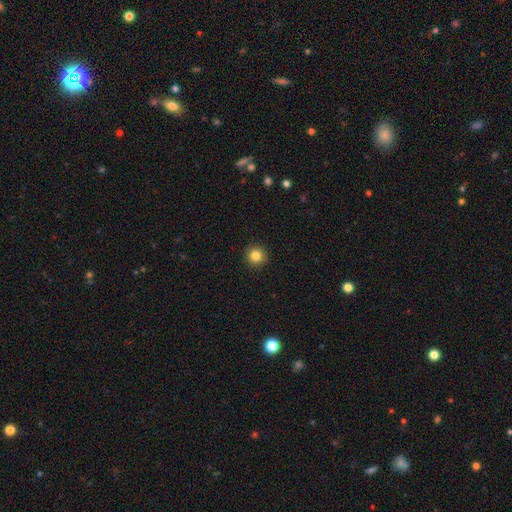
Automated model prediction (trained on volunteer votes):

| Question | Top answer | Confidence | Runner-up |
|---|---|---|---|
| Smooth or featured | smooth | 84% | star or artifact (11%) |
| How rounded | round | 95% | in between (4%) |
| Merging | none | 93% | minor disturbance (4%) |